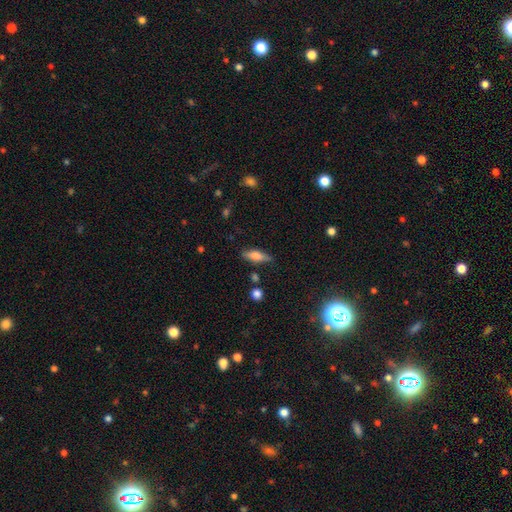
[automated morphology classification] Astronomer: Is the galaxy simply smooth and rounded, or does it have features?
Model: smooth — 63%.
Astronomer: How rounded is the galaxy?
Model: in between — 54% (runner-up: cigar-shaped, 43%).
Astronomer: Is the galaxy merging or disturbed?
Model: none — 79%.